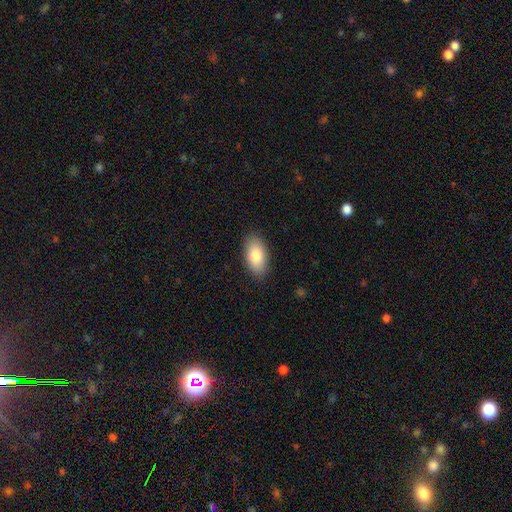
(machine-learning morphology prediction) Smooth or featured? Predicted: smooth (p=0.83). How rounded? Predicted: in between (p=0.94). Merging? Predicted: none (p=0.87).